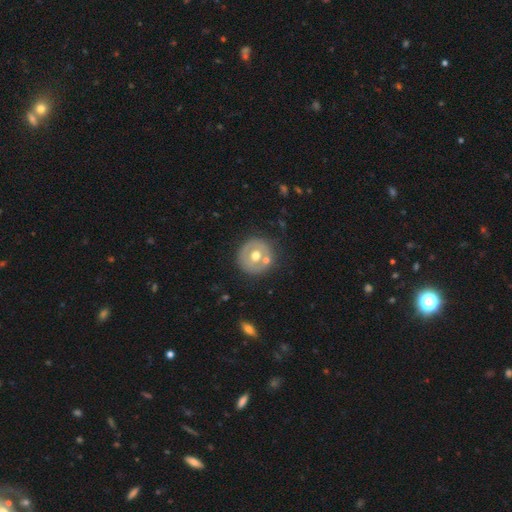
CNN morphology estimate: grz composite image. It shows a smooth galaxy with no disk features (46%). Merging: none (74%).